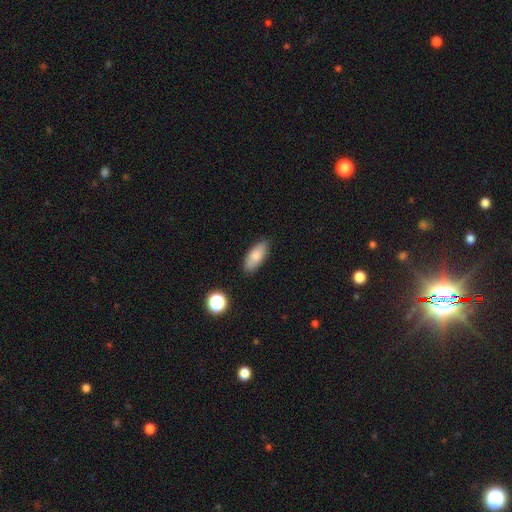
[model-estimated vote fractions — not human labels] Smooth or featured? smooth (79%)
How rounded? in between (82%)
Merging? none (84%)